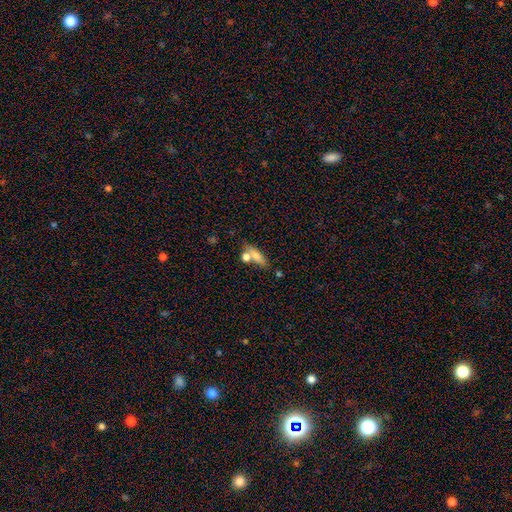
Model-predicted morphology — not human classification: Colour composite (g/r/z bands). It shows a smooth galaxy with no disk features (70%) that is in between round and cigar-shaped (47%). Merging: none (54%).